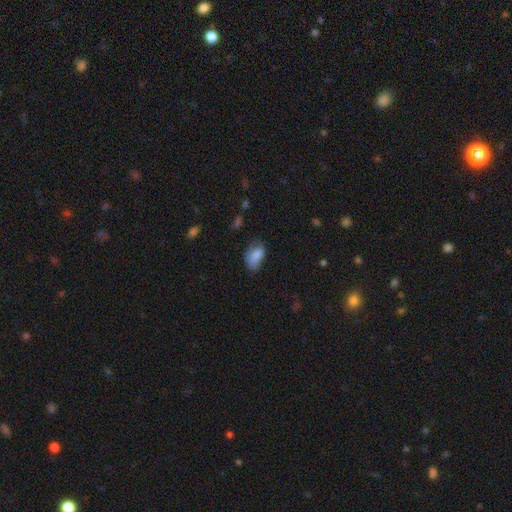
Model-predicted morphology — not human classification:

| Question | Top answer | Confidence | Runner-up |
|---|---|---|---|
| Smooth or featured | smooth | 79% | featured or disk (13%) |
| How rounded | in between | 92% | round (5%) |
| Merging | none | 49% | minor disturbance (34%) |